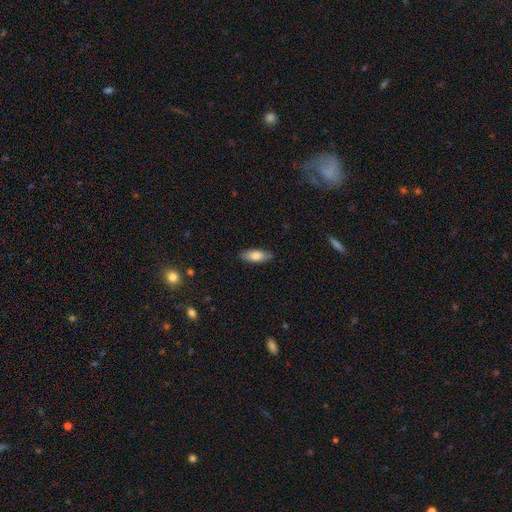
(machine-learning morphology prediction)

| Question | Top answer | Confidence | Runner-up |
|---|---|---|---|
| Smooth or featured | smooth | 81% | featured or disk (13%) |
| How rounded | in between | 77% | cigar-shaped (21%) |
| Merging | none | 87% | minor disturbance (10%) |